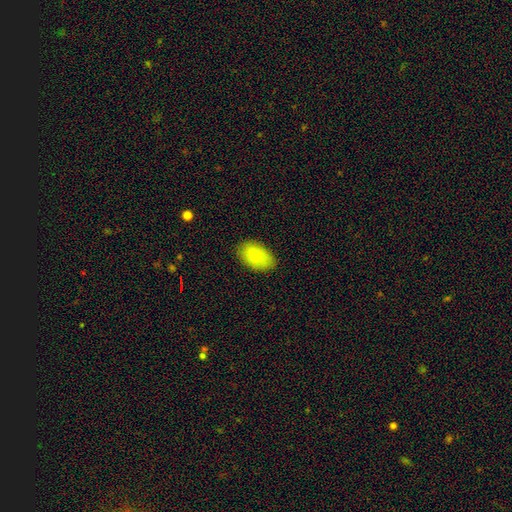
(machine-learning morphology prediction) Smooth or featured: smooth — 86% (star or artifact — 7%)
How rounded: in between — 93% (round — 5%)
Merging: none — 85% (minor disturbance — 12%)